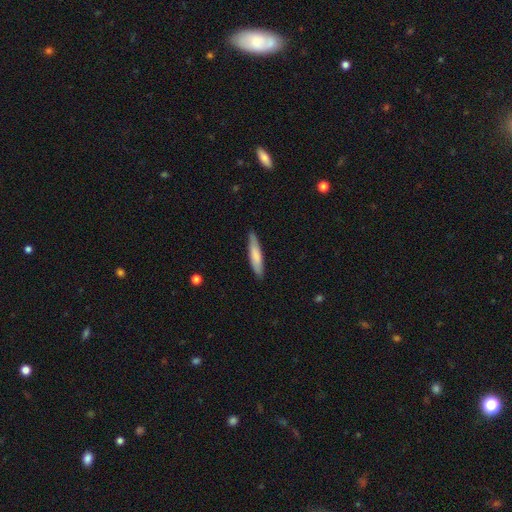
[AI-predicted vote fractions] Morphology: type=smooth (76%); roundness=cigar-shaped (84%); merging=none (84%).